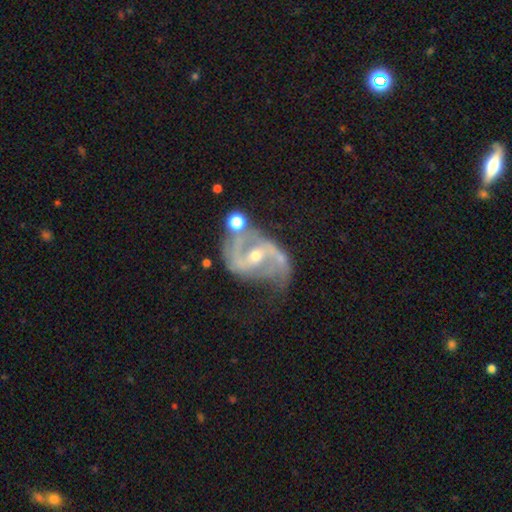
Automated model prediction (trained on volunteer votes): The model was most divided on "bulge size": small: 52%, moderate: 45%, large: 1%, none: 1%, dominant: 1%. Remaining: edge-on disk — no (97%); spiral arms — yes (96%); smooth or featured — featured or disk (89%); spiral arm count — 2 (88%); spiral winding — medium (51%); merging — none (47%); bar — weak (41%).